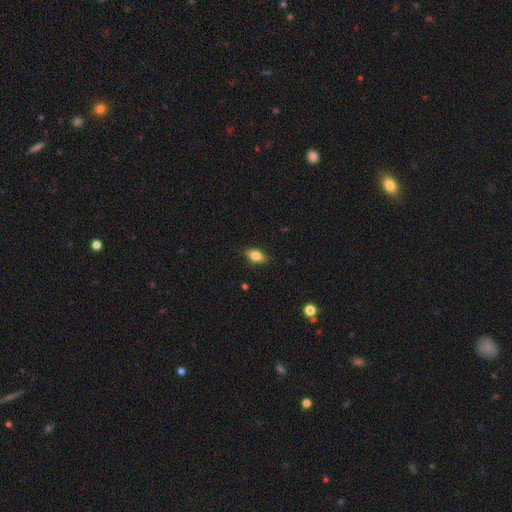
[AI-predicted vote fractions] The model was most divided on "smooth or featured": smooth: 80%, featured or disk: 12%, star or artifact: 8%. More confident: how rounded — in between (86%); merging — none (85%).